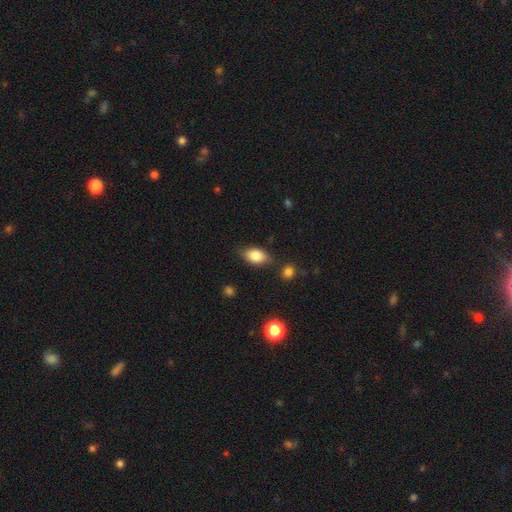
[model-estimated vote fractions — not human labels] This appears to be a smooth galaxy with no disk features (81%) that is in between round and cigar-shaped (88%). Merging: none (77%).